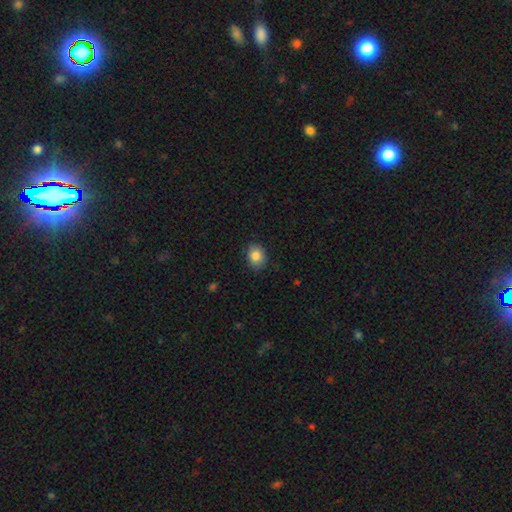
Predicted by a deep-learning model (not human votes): Q: Smooth or featured?
A: smooth (84%); runner-up: star or artifact (8%)
Q: How rounded?
A: in between (58%); runner-up: round (41%)
Q: Merging?
A: none (86%); runner-up: minor disturbance (11%)